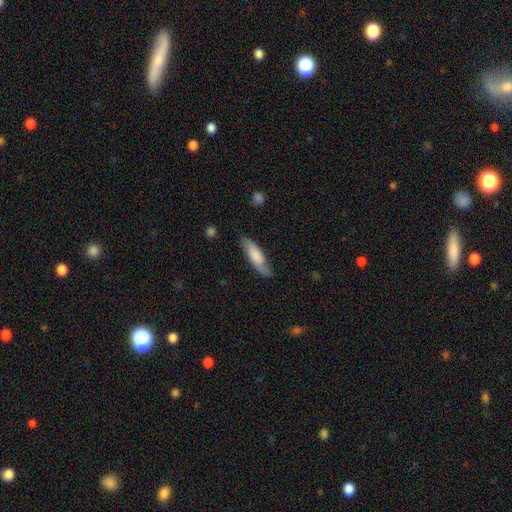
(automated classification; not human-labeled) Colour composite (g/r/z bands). It shows a smooth galaxy with no disk features (62%) that is cigar-shaped (57%). Merging: none (79%).